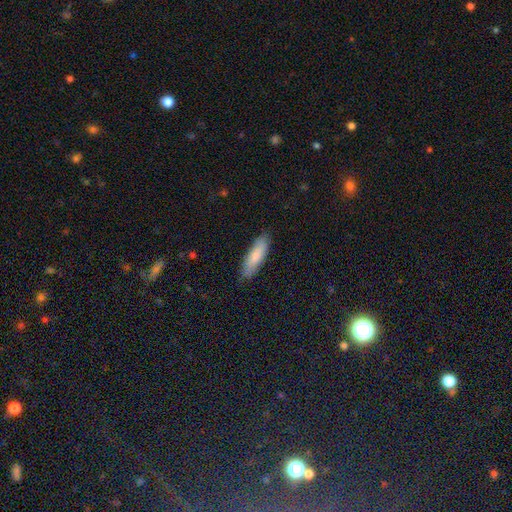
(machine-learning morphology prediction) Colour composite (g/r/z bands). It shows a smooth galaxy with no disk features (81%) that is cigar-shaped (59%). Merging: none (86%).